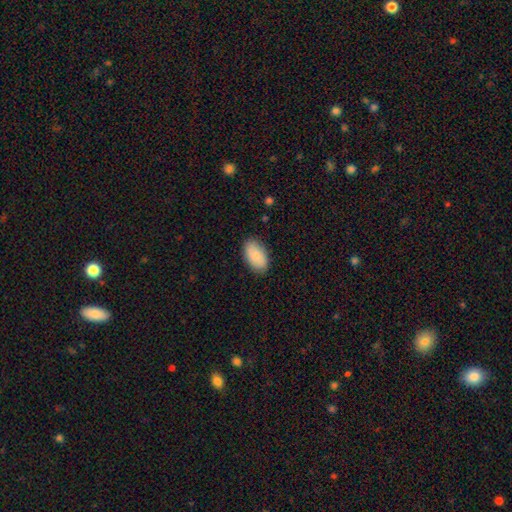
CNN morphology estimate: Smooth or featured?
  - smooth: 89% *
  - star or artifact: 6%
  - featured or disk: 6%
How rounded?
  - in between: 94% *
  - round: 4%
  - cigar-shaped: 2%
Merging?
  - none: 85% *
  - minor disturbance: 11%
  - major disturbance: 3%
  - merger: 1%